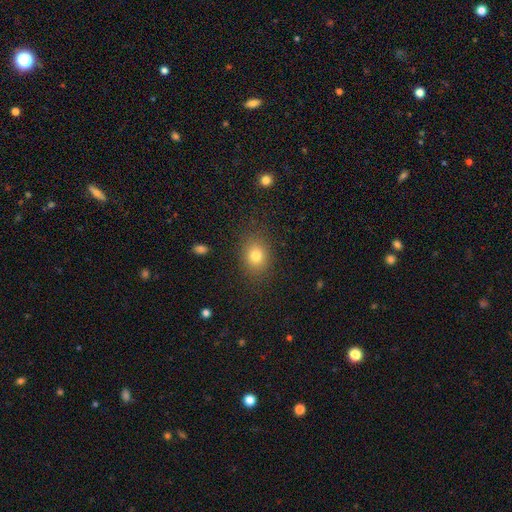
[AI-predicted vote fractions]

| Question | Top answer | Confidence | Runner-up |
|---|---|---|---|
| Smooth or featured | smooth | 79% | star or artifact (12%) |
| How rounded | in between | 57% | round (42%) |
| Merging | none | 85% | minor disturbance (10%) |